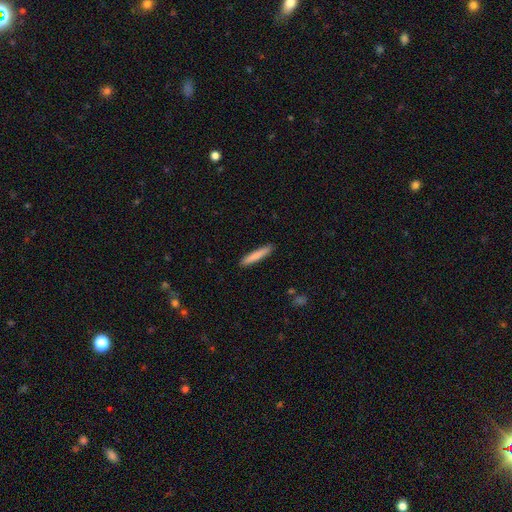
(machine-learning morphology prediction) smooth_or_featured: smooth (p=0.82) [alt: featured or disk p=0.13]
how_rounded: cigar-shaped (p=0.93) [alt: in between p=0.06]
merging: none (p=0.90) [alt: minor disturbance p=0.07]